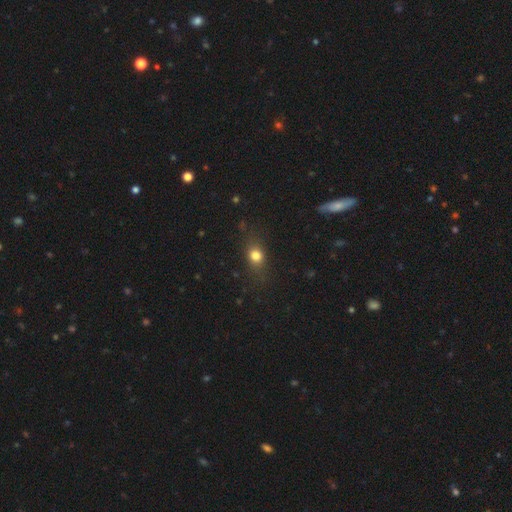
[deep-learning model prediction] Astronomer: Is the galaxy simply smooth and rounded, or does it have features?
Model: smooth — 77%.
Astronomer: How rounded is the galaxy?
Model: round — 48% (runner-up: in between, 47%).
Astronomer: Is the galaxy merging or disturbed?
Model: none — 77%.